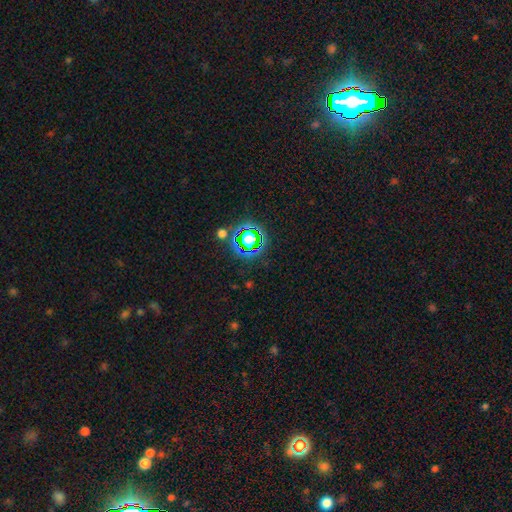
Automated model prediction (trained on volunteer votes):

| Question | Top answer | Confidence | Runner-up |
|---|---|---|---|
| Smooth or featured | star or artifact | 77% | smooth (15%) |